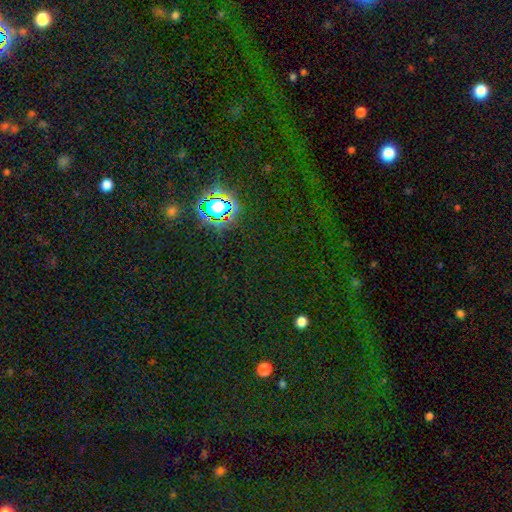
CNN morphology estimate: A star or artifact, not a galaxy (77%).

Vote fractions:
- Smooth or featured? star or artifact: 77% / smooth: 15% / featured or disk: 8%